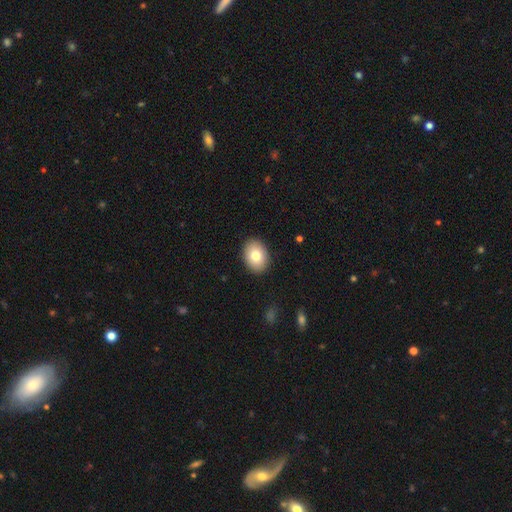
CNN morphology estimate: This appears to be a smooth galaxy with no disk features (79%) that is in between round and cigar-shaped (72%). Merging: none (90%).